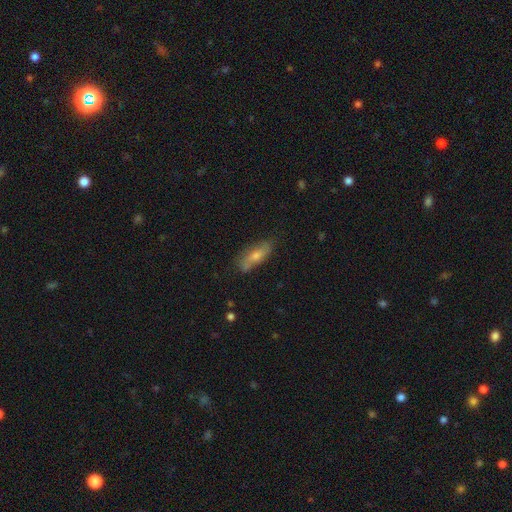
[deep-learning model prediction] smooth-or-featured: smooth: 49% | featured or disk: 42% | star or artifact: 9%
  merging: none: 77% | minor disturbance: 18% | major disturbance: 4% | merger: 2%